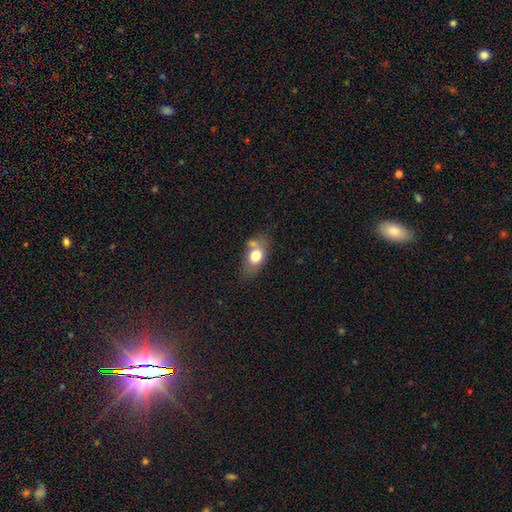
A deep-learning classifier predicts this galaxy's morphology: This is likely a smooth galaxy (70%). How rounded: likely in between (78%). Merging: possibly none (52%).